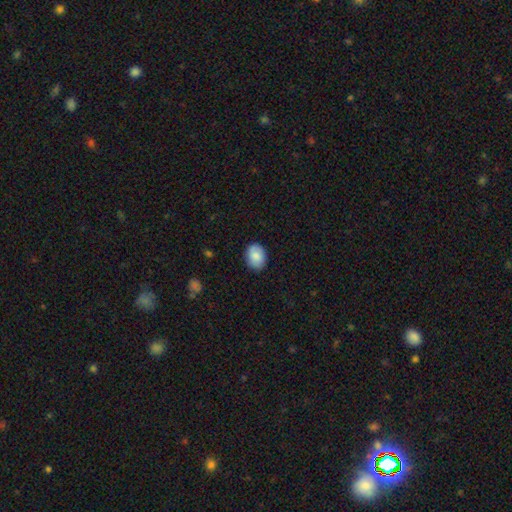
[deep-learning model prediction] A smooth galaxy with no disk features (85%) that is in between round and cigar-shaped (73%). Merging: none (85%).